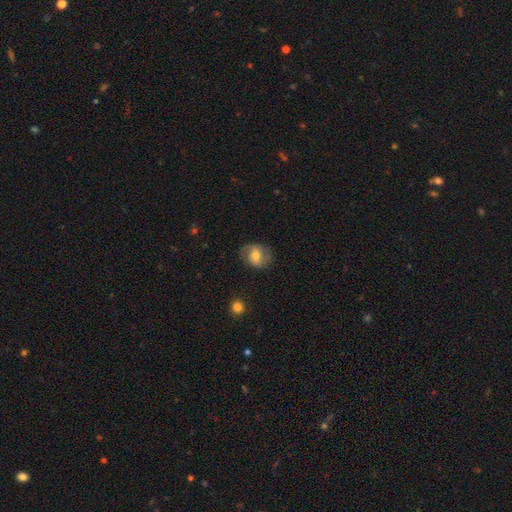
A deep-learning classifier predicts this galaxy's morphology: Smooth or featured?
  - featured or disk: 47% *
  - smooth: 45%
  - star or artifact: 8%
Merging?
  - none: 73% *
  - minor disturbance: 17%
  - major disturbance: 8%
  - merger: 1%